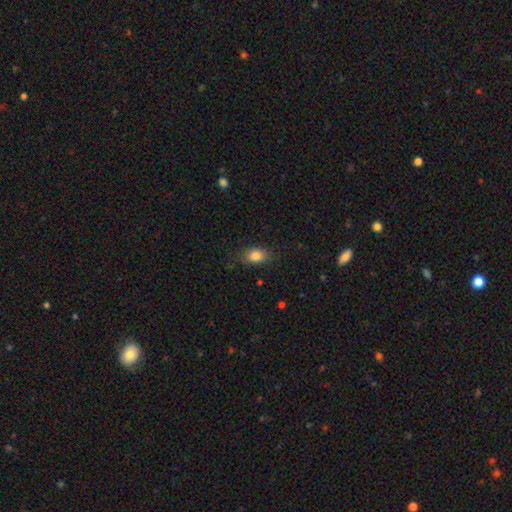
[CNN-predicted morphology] type=smooth (84%); roundness=in between (80%); merging=none (81%).